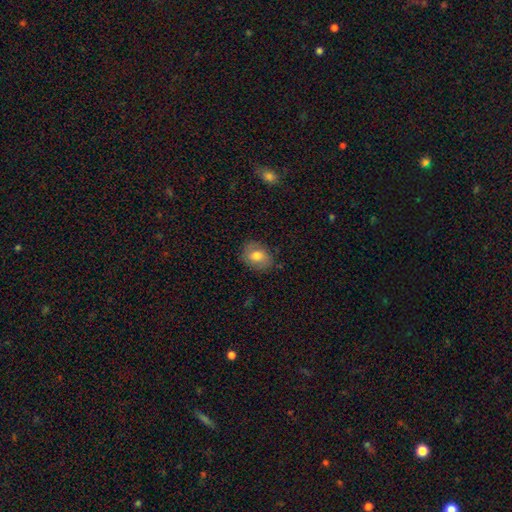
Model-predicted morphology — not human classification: type=smooth (68%); roundness=in between (55%); merging=none (79%).